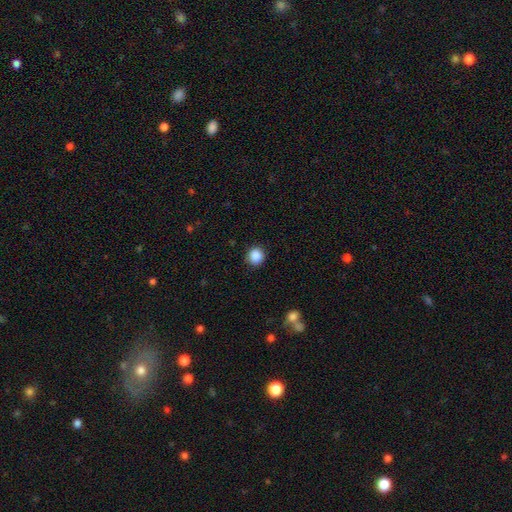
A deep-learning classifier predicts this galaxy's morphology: smooth-or-featured: smooth: 88% | star or artifact: 9% | featured or disk: 3%
  how-rounded: round: 90% | in between: 9% | cigar-shaped: 1%
  merging: none: 90% | minor disturbance: 7% | major disturbance: 2% | merger: 1%